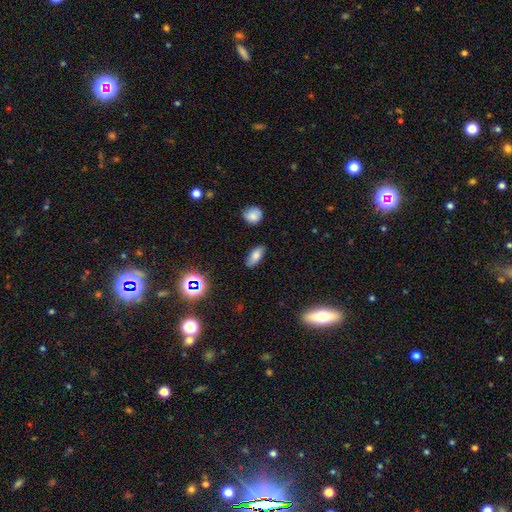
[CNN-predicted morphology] A smooth galaxy with no disk features (77%) that is in between round and cigar-shaped (85%). Merging: none (85%).